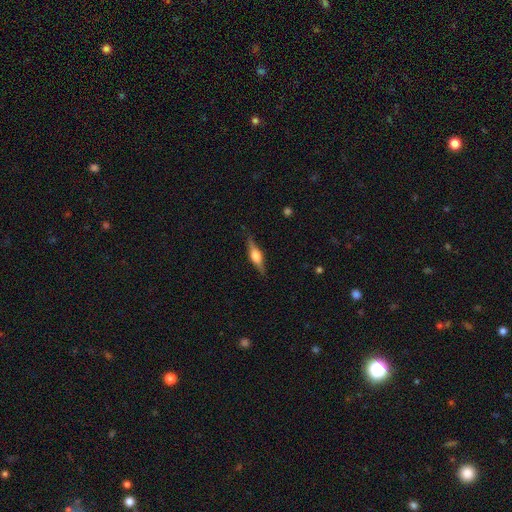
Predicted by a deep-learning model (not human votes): Smooth or featured: featured or disk — 69% (smooth — 25%)
Edge-on disk: yes — 97% (no — 3%)
Edge-on bulge: rounded — 89% (boxy — 9%)
Merging: none — 86% (minor disturbance — 11%)